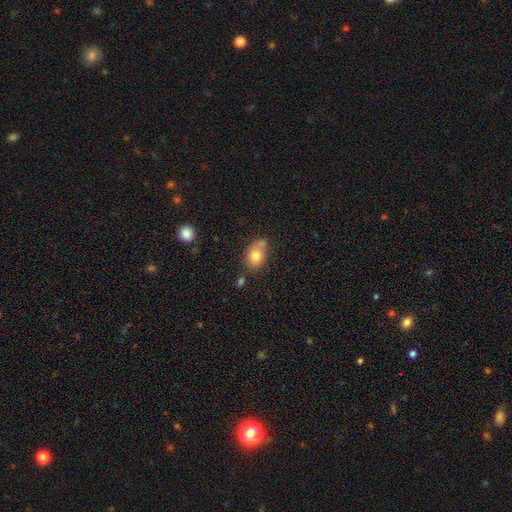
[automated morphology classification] This appears to be a smooth galaxy with no disk features (77%) that is in between round and cigar-shaped (67%). Merging: none (52%).